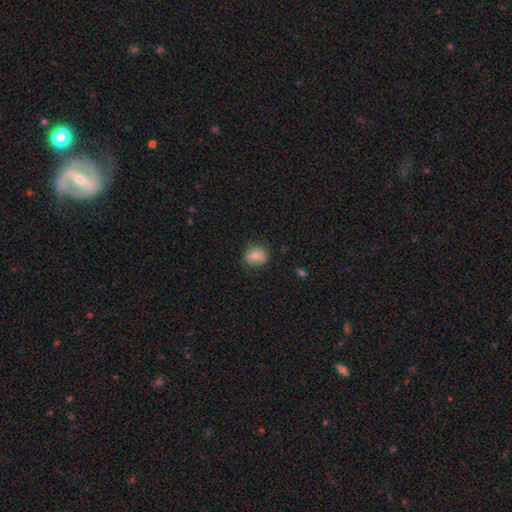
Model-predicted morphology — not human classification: Smooth or featured? smooth (77%)
How rounded? round (67%)
Merging? none (75%)